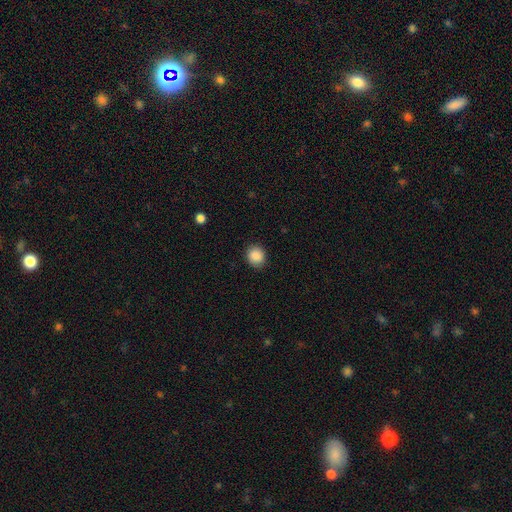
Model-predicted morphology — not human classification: Overall: smooth (88%). How rounded: round (77%). Merging: none (88%).